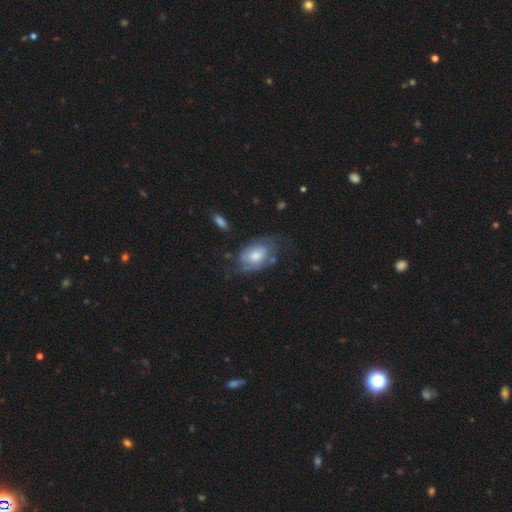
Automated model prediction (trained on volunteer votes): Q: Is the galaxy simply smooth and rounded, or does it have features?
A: featured or disk — 56%.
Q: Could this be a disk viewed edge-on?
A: no — 95%.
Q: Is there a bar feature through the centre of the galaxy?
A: no — 70%.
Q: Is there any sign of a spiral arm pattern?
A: yes — 78%.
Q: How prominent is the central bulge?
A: moderate — 45%.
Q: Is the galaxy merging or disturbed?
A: none — 47%.